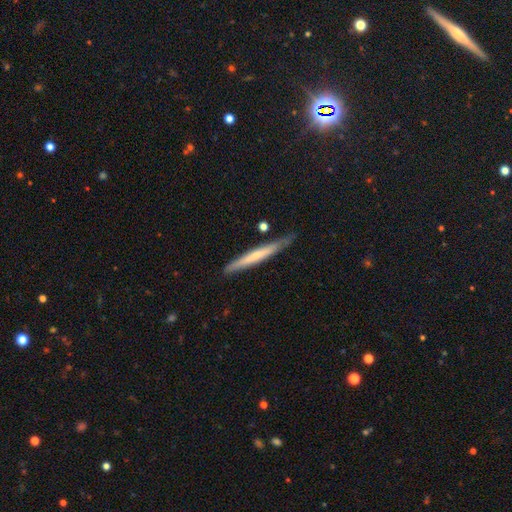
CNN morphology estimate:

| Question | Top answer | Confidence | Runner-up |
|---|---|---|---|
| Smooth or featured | featured or disk | 48% | smooth (47%) |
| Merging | none | 81% | minor disturbance (15%) |